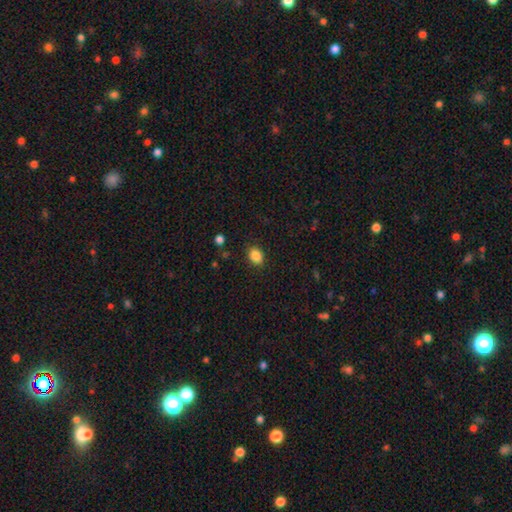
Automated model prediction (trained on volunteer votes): smooth_or_featured: smooth (p=0.86) [alt: star or artifact p=0.10]
how_rounded: in between (p=0.63) [alt: round p=0.36]
merging: none (p=0.87) [alt: minor disturbance p=0.09]